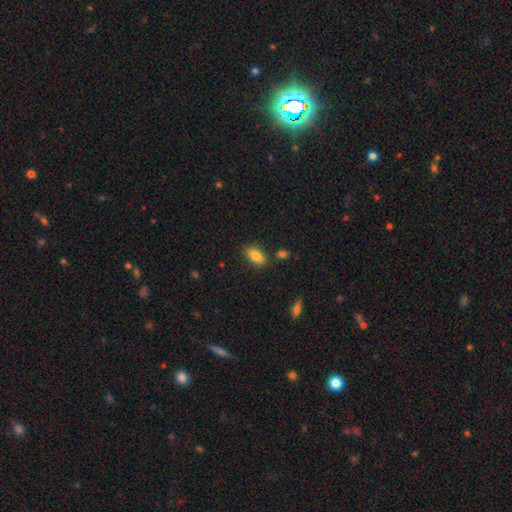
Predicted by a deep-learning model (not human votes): Smooth or featured?
  - smooth: 84% *
  - featured or disk: 9%
  - star or artifact: 8%
How rounded?
  - in between: 89% *
  - cigar-shaped: 7%
  - round: 4%
Merging?
  - none: 81% *
  - minor disturbance: 11%
  - merger: 5%
  - major disturbance: 3%